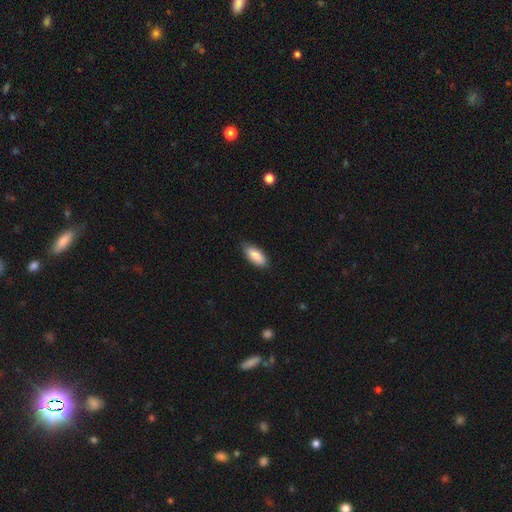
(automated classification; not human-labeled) This appears to be a smooth galaxy with no disk features (89%) that is in between round and cigar-shaped (83%). Merging: none (82%).